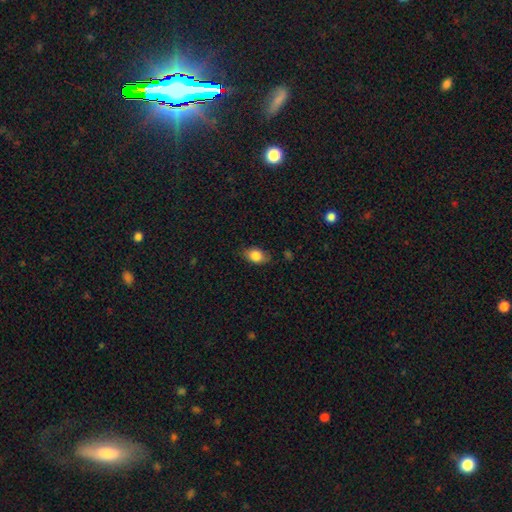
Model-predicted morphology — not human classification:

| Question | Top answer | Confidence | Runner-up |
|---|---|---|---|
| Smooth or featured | smooth | 83% | featured or disk (9%) |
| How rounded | in between | 86% | round (12%) |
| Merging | none | 80% | minor disturbance (16%) |